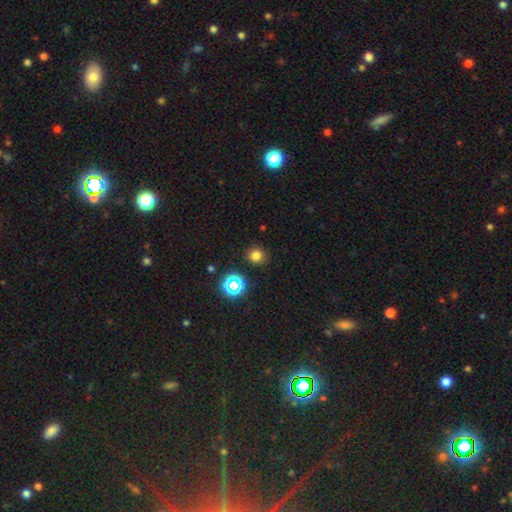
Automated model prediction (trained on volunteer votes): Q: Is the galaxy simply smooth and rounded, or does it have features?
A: smooth — 75%.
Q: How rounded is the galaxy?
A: round — 86%.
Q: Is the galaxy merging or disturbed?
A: none — 87%.